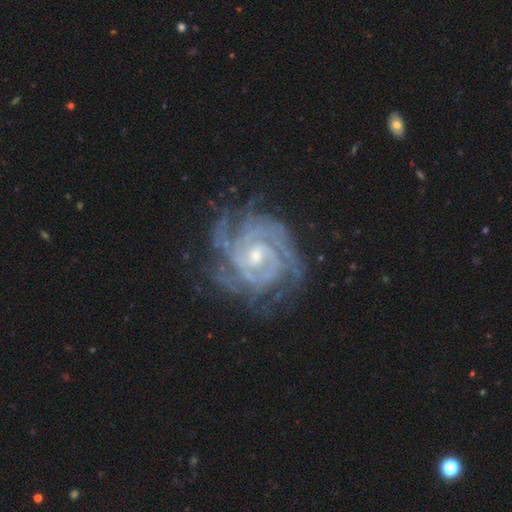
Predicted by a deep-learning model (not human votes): Q: Smooth or featured?
A: featured or disk (92%); runner-up: star or artifact (5%)
Q: Edge-on disk?
A: no (98%); runner-up: yes (2%)
Q: Bar?
A: no (53%); runner-up: weak (37%)
Q: Spiral arms?
A: yes (98%); runner-up: no (2%)
Q: Spiral winding?
A: tight (75%); runner-up: medium (22%)
Q: Spiral arm count?
A: 2 (28%); runner-up: can't tell (22%)
Q: Bulge size?
A: small (53%); runner-up: moderate (43%)
Q: Merging?
A: none (71%); runner-up: minor disturbance (19%)